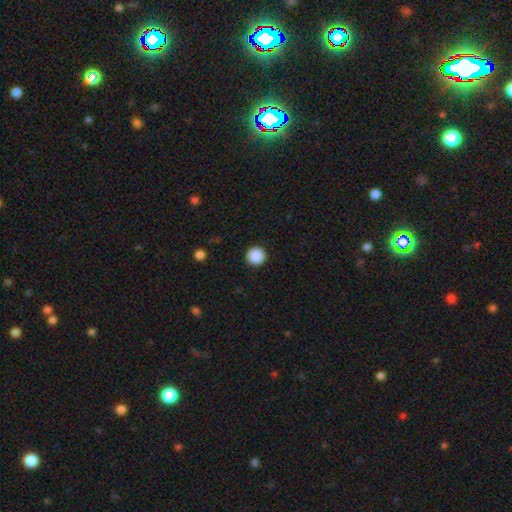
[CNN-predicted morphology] Smooth or featured: smooth — 89% (star or artifact — 9%)
How rounded: round — 96% (in between — 3%)
Merging: none — 93% (minor disturbance — 4%)